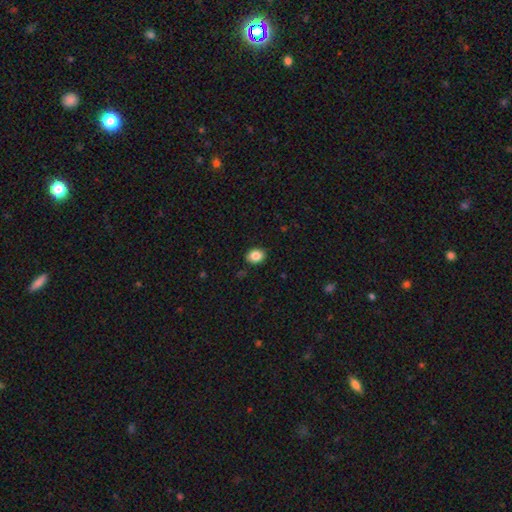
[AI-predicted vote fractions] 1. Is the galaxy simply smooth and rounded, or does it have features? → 86% smooth, 9% star or artifact, 5% featured or disk.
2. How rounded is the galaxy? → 58% in between, 41% round, 1% cigar-shaped.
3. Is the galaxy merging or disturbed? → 89% none, 8% minor disturbance, 2% major disturbance, 1% merger.